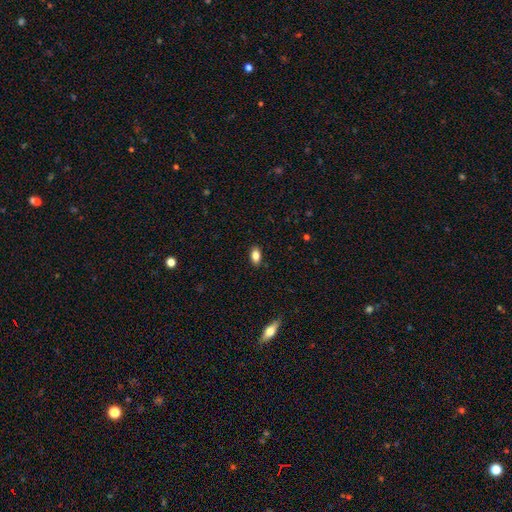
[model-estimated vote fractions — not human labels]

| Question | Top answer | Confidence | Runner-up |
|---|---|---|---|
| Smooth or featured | smooth | 84% | star or artifact (9%) |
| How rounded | in between | 89% | round (7%) |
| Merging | none | 88% | minor disturbance (9%) |